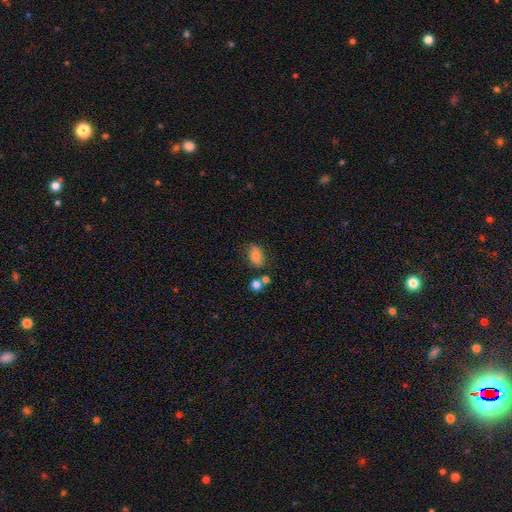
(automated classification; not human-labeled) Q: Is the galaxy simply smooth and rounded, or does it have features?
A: smooth — 72%.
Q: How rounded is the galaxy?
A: in between — 86%.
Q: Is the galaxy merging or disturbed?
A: none — 62%.